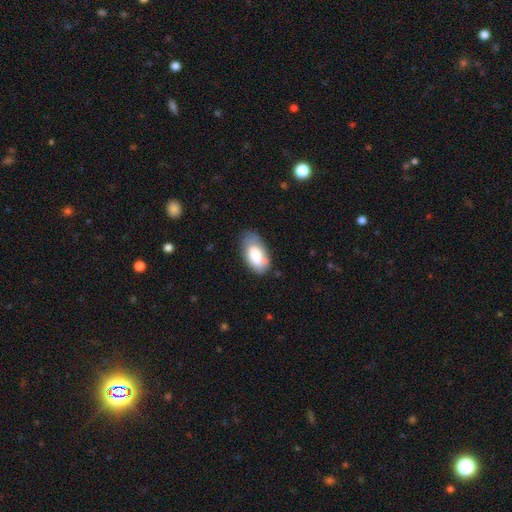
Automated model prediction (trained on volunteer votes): A smooth galaxy with no disk features (80%) that is in between round and cigar-shaped (95%). Merging: none (63%).